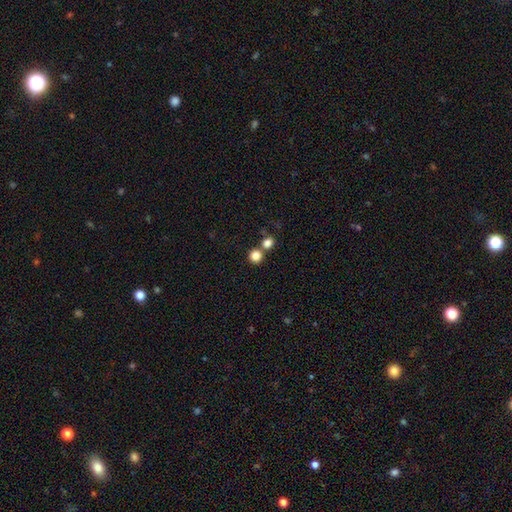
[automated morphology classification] Overall: smooth (83%). How rounded: round (92%). Merging: none (65%; merger 27%).